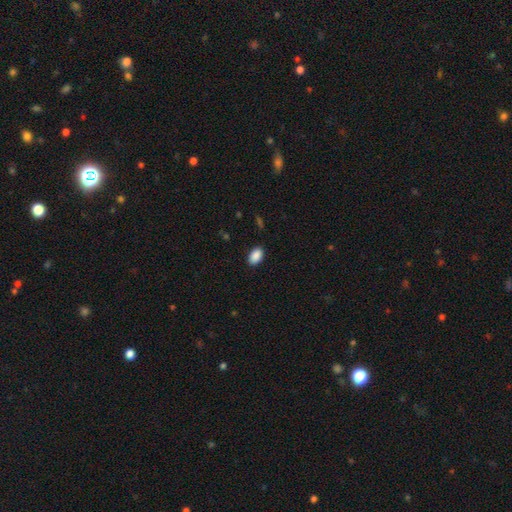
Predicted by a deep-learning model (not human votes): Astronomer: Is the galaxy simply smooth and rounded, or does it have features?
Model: smooth — 90%.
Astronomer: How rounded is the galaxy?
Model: in between — 90%.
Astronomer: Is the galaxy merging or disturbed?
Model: none — 89%.